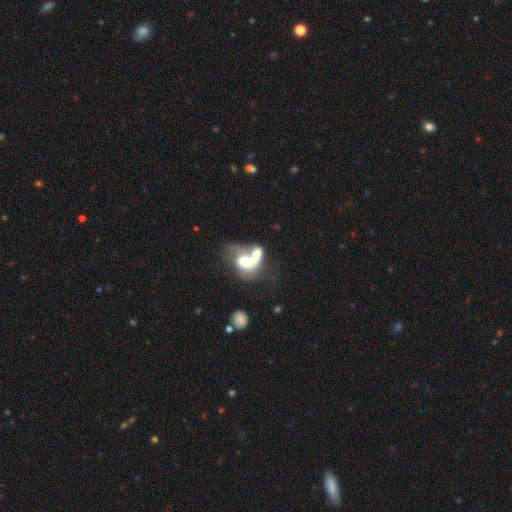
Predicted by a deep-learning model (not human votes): Smooth or featured?
  - smooth: 50% *
  - featured or disk: 42%
  - star or artifact: 8%
Merging?
  - merger: 73% *
  - major disturbance: 11%
  - none: 10%
  - minor disturbance: 6%